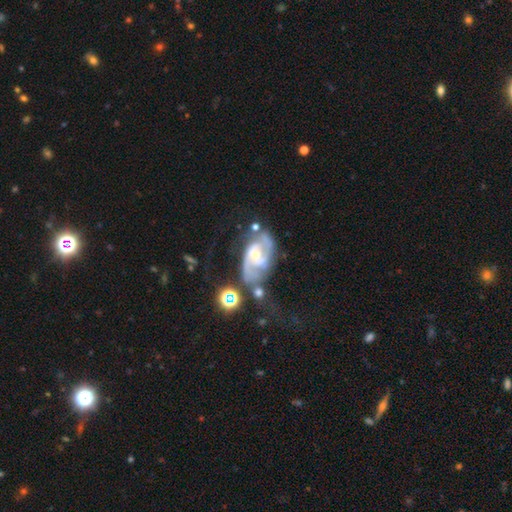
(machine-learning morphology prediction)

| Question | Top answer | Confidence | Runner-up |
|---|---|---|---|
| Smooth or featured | featured or disk | 85% | smooth (8%) |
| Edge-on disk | no | 97% | yes (3%) |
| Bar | no | 45% | weak (44%) |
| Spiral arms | yes | 95% | no (5%) |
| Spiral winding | medium | 48% | tight (35%) |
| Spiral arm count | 2 | 72% | can't tell (13%) |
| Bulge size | small | 50% | moderate (44%) |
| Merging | none | 44% | minor disturbance (22%) |